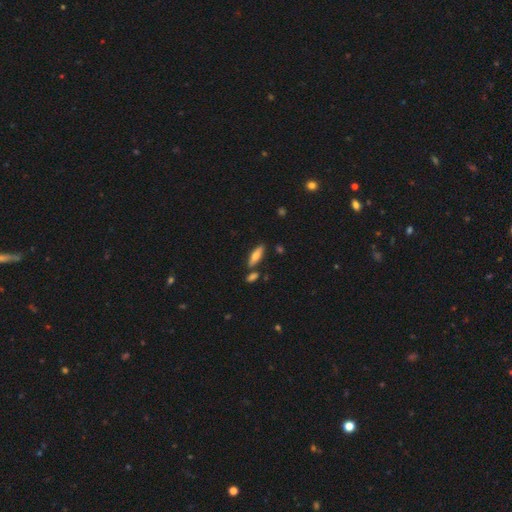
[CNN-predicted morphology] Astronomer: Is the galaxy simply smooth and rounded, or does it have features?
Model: smooth — 65%.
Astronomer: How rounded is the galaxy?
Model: cigar-shaped — 54% (runner-up: in between, 44%).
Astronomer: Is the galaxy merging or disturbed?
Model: none — 80%.